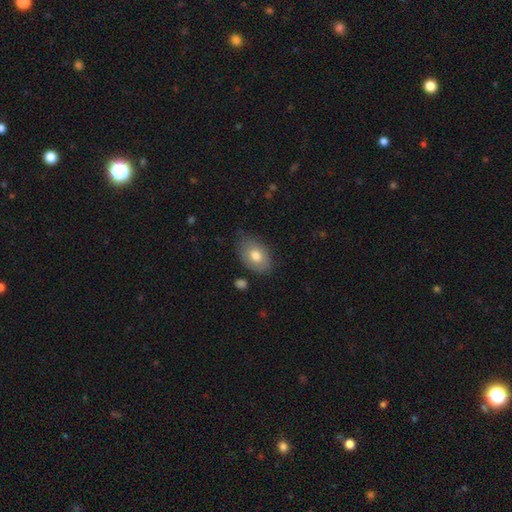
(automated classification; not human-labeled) Q: Smooth or featured?
A: smooth (76%); runner-up: featured or disk (17%)
Q: How rounded?
A: in between (85%); runner-up: round (13%)
Q: Merging?
A: none (71%); runner-up: minor disturbance (23%)